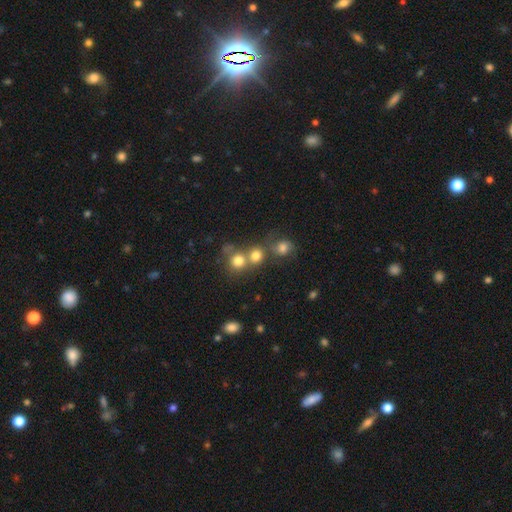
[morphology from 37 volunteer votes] smooth_or_featured: smooth (p=0.97) [alt: star or artifact p=0.03]
how_rounded: round (p=0.86) [alt: in between p=0.14]
merging: none (p=0.61) [alt: merger p=0.33]